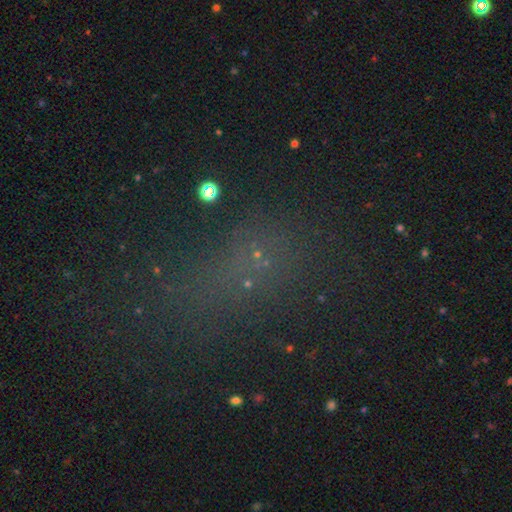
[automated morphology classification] star or artifact 52%, smooth 31%, featured or disk 17%.